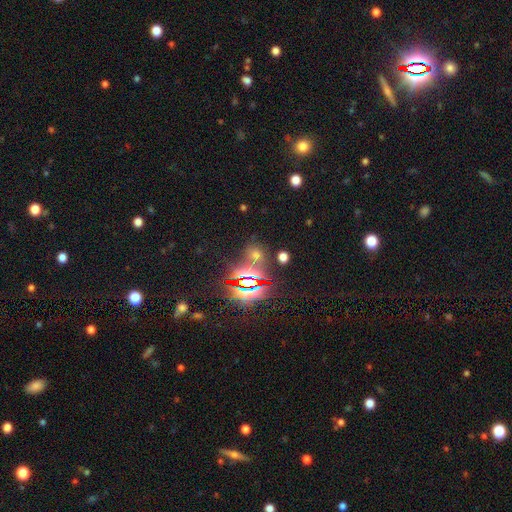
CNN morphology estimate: type=star or artifact (63%).